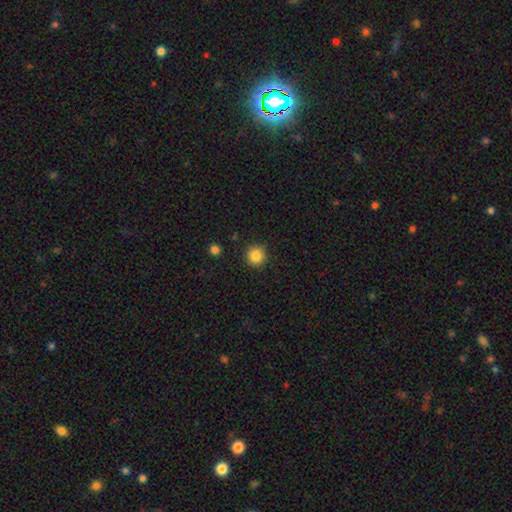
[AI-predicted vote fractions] Morphology: type=smooth (85%); roundness=round (94%); merging=none (88%).